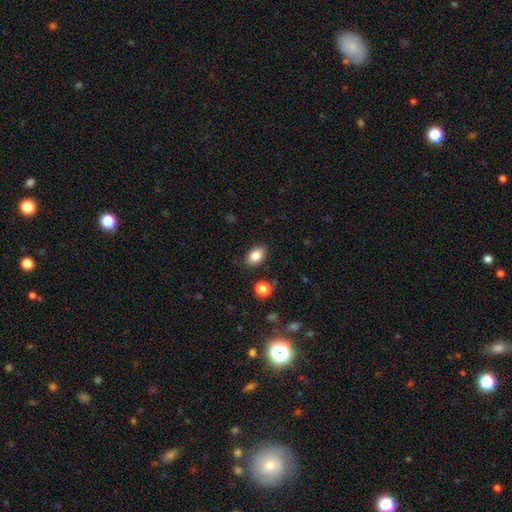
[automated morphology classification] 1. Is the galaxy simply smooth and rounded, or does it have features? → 84% smooth, 8% star or artifact, 7% featured or disk.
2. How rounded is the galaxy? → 86% in between, 13% round, 1% cigar-shaped.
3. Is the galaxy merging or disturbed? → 86% none, 10% minor disturbance, 3% major disturbance, 2% merger.